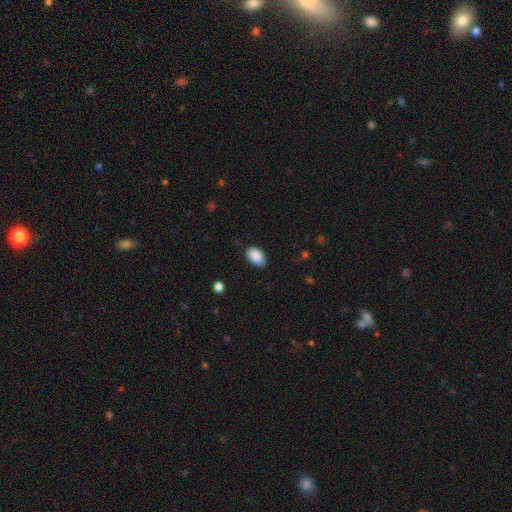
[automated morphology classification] A smooth galaxy with no disk features (89%) that is in between round and cigar-shaped (91%). Merging: none (79%).